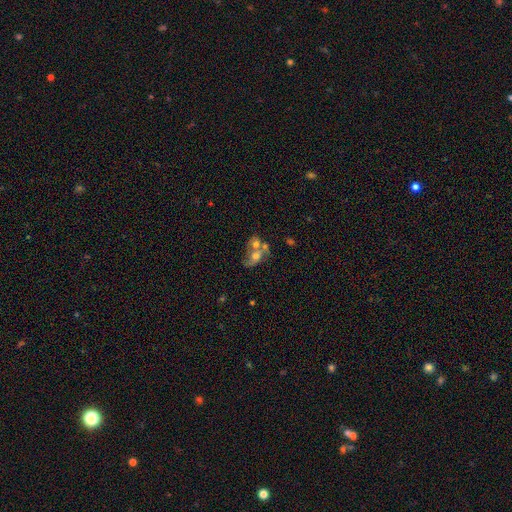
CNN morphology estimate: A featured or disk galaxy (45%). Merging: merger (63%).